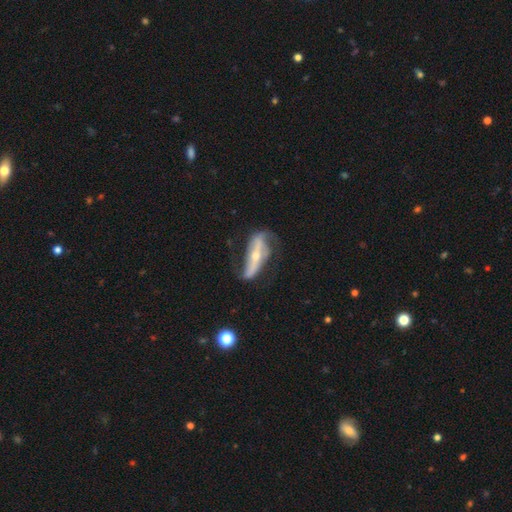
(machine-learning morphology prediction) Overall: featured or disk (80%). Edge-on disk: no (74%). Bar: strong (59%; no 24%). Spiral arms: yes (84%). Spiral arm count: 2 (85%). Spiral winding: loose (63%; medium 24%). Bulge size: small (53%; moderate 42%). Merging: none (53%; minor disturbance 25%).